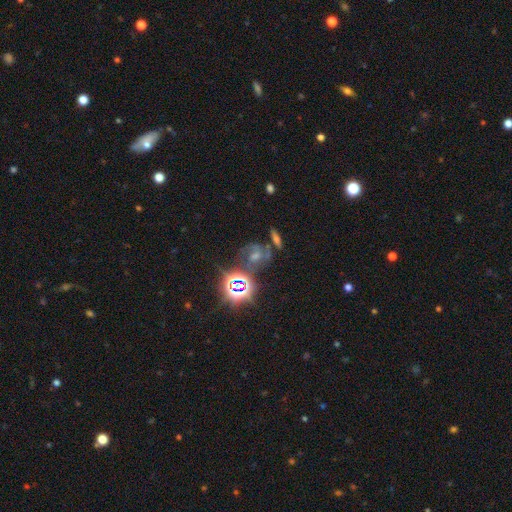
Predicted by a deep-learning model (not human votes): Overall: star or artifact (43%; featured or disk 32%).